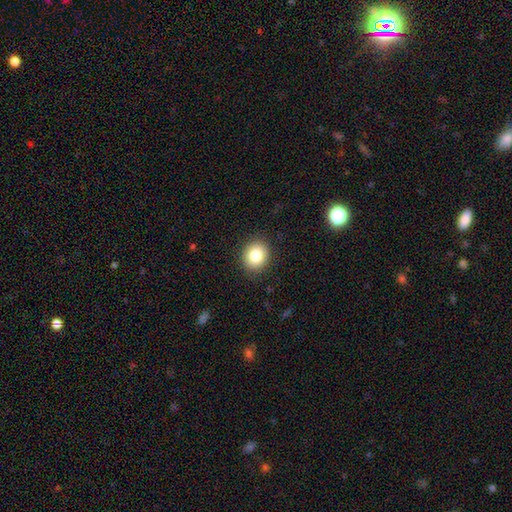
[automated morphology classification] type=smooth (83%); roundness=round (70%); merging=none (89%).